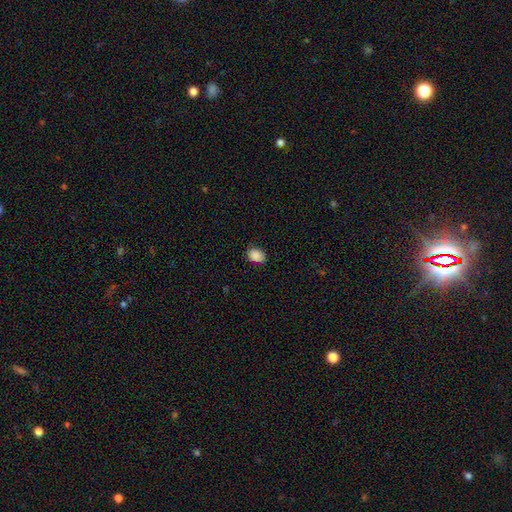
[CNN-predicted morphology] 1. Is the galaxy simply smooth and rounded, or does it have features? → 88% smooth, 9% star or artifact, 4% featured or disk.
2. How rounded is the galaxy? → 73% in between, 26% round, 1% cigar-shaped.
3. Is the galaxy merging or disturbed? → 80% none, 16% minor disturbance, 3% major disturbance, 1% merger.